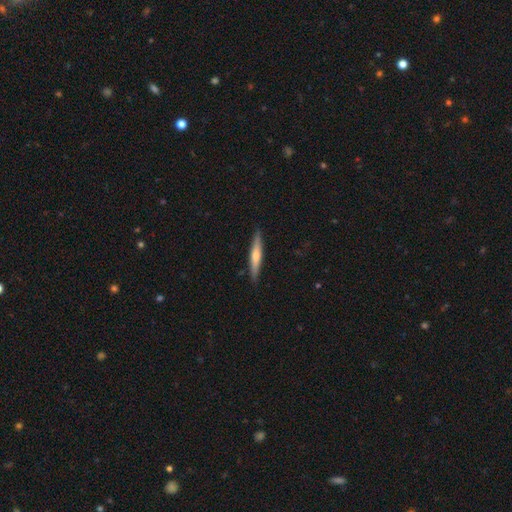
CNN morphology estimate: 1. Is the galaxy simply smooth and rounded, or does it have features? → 52% featured or disk, 42% smooth, 6% star or artifact.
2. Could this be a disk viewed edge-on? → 96% yes, 4% no.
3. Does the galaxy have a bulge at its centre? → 74% rounded, 20% none, 6% boxy.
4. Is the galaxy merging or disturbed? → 91% none, 7% minor disturbance, 1% major disturbance, 1% merger.